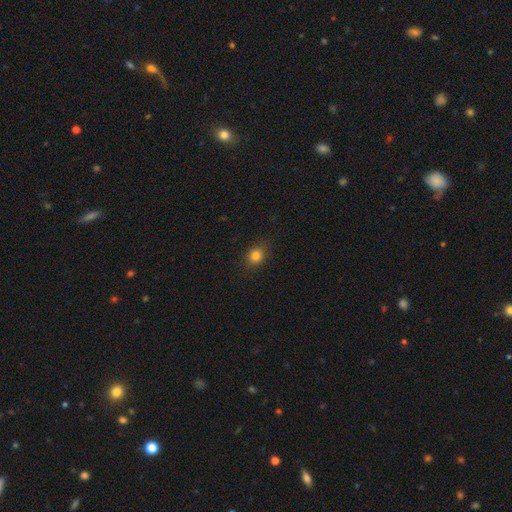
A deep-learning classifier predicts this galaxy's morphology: A smooth galaxy with no disk features (82%) that is round (68%). Merging: none (86%).